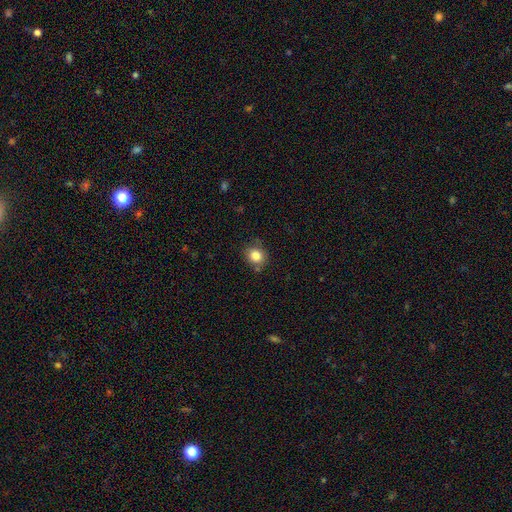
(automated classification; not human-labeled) Q: Smooth or featured?
A: smooth (83%); runner-up: star or artifact (11%)
Q: How rounded?
A: round (76%); runner-up: in between (23%)
Q: Merging?
A: none (77%); runner-up: minor disturbance (15%)